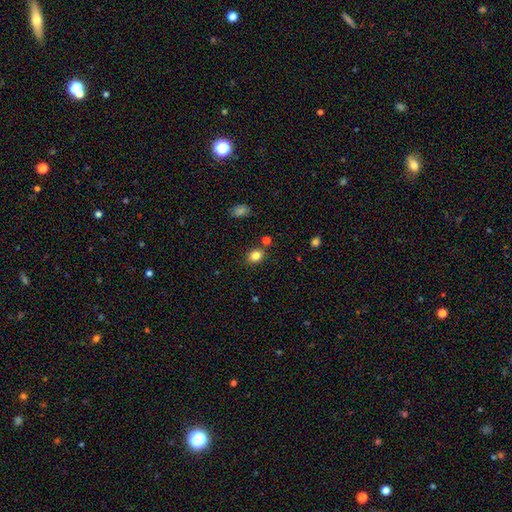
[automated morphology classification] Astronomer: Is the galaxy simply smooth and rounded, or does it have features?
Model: smooth — 83%.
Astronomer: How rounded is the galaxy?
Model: in between — 52% (runner-up: round, 47%).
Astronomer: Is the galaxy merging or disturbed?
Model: none — 80%.